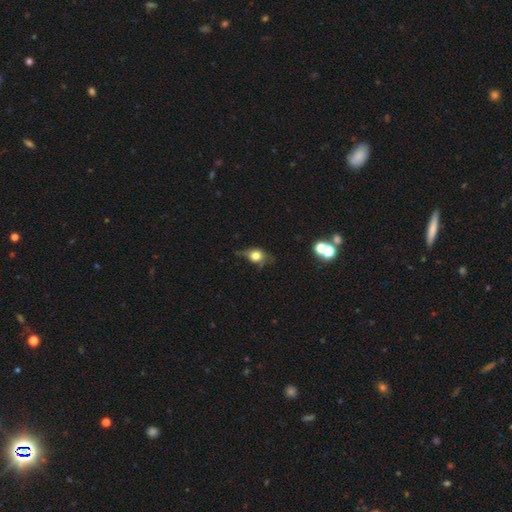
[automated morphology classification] The model was most divided on "merging": none: 42%, minor disturbance: 33%, major disturbance: 19%, merger: 5%. More confident: smooth or featured — smooth (61%); how rounded — round (59%).